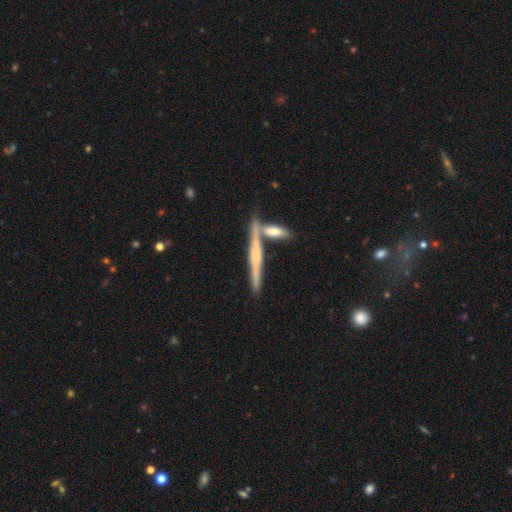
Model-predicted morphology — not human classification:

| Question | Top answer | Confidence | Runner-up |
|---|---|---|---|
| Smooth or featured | featured or disk | 60% | smooth (33%) |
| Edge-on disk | yes | 95% | no (5%) |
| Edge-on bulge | none | 43% | rounded (41%) |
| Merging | none | 67% | merger (20%) |